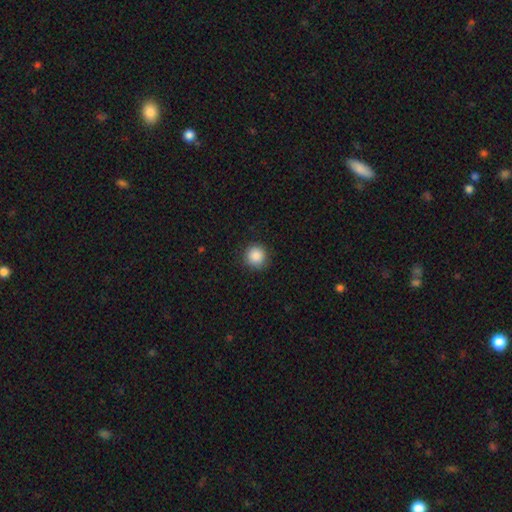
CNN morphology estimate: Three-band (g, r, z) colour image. It shows a smooth galaxy with no disk features (87%) that is round (94%). Merging: none (89%).